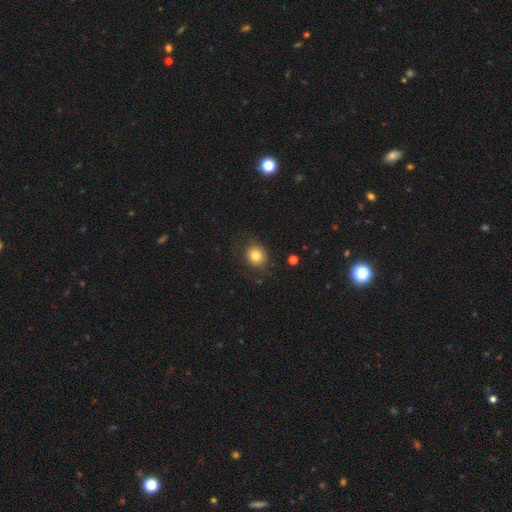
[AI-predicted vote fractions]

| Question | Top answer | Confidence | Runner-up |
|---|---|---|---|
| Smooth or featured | smooth | 81% | star or artifact (10%) |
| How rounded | round | 70% | in between (29%) |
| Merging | none | 79% | minor disturbance (15%) |